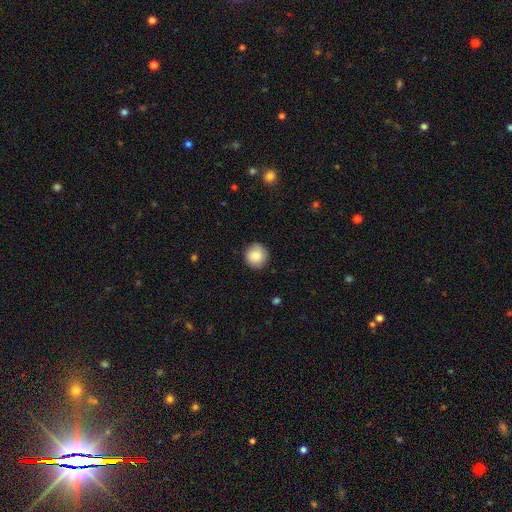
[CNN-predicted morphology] type=smooth (85%); roundness=round (92%); merging=none (87%).